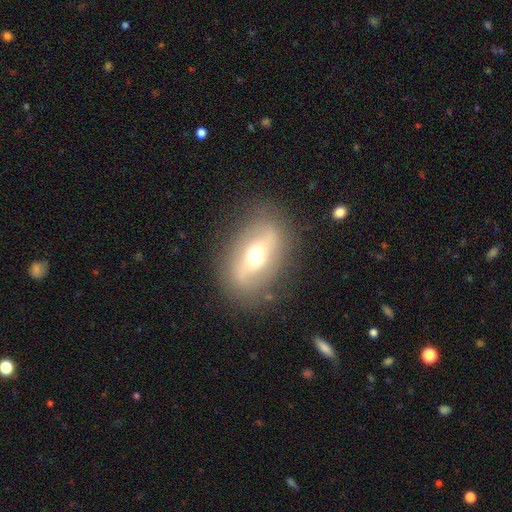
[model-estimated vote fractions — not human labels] This appears to be a featured or disk galaxy (55%). Merging: none (81%).